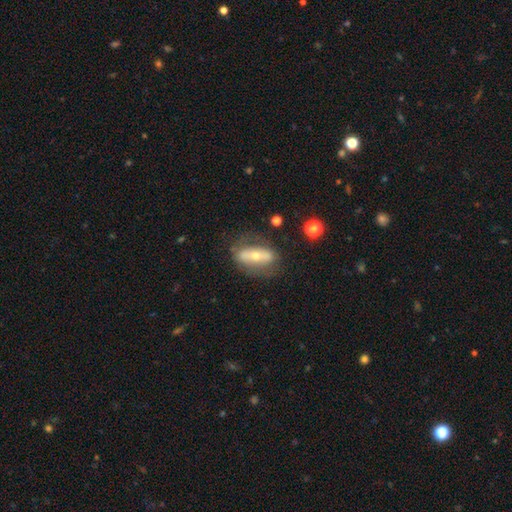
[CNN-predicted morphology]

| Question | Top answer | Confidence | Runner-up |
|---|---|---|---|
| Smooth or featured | featured or disk | 54% | smooth (39%) |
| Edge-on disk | no | 71% | yes (29%) |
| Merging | none | 67% | minor disturbance (19%) |